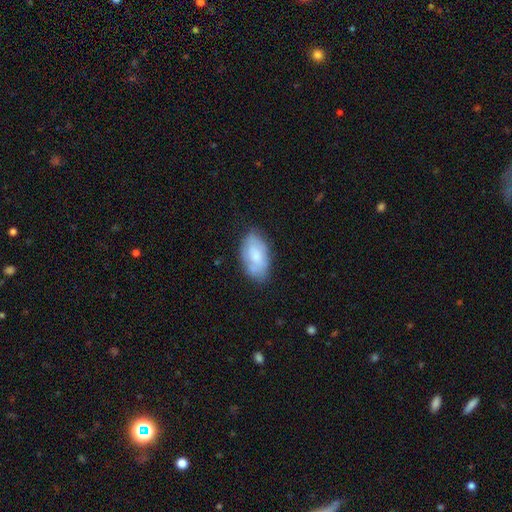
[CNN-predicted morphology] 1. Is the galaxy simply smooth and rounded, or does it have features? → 64% smooth, 29% featured or disk, 7% star or artifact.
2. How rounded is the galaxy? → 94% in between, 3% round, 3% cigar-shaped.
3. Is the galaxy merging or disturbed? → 70% none, 23% minor disturbance, 5% major disturbance, 2% merger.